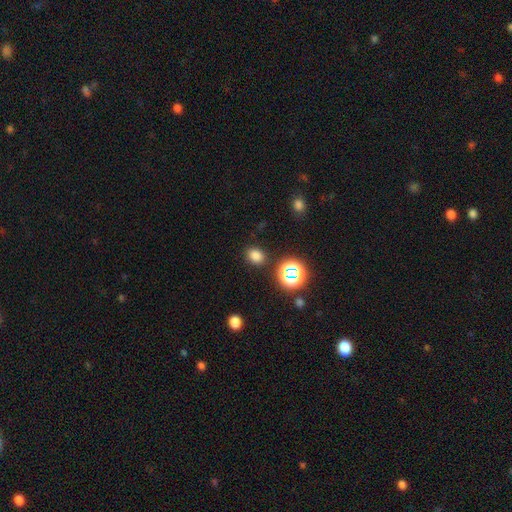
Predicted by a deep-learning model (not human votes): Smooth or featured: smooth — 76% (star or artifact — 19%)
How rounded: round — 57% (in between — 42%)
Merging: none — 86% (minor disturbance — 9%)